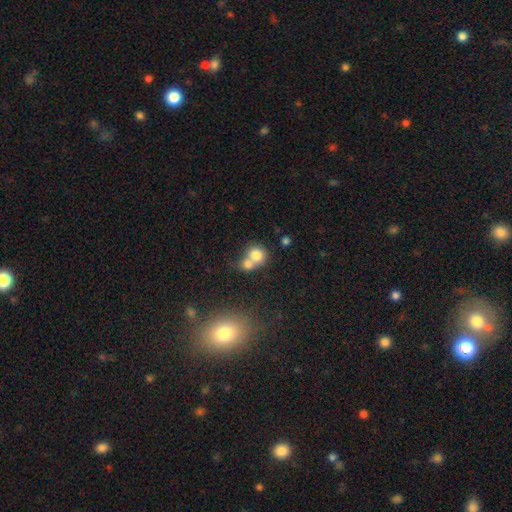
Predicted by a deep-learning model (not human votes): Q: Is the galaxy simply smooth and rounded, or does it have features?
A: smooth — 77%.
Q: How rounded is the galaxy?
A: round — 79%.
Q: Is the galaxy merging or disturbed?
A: merger — 59%.